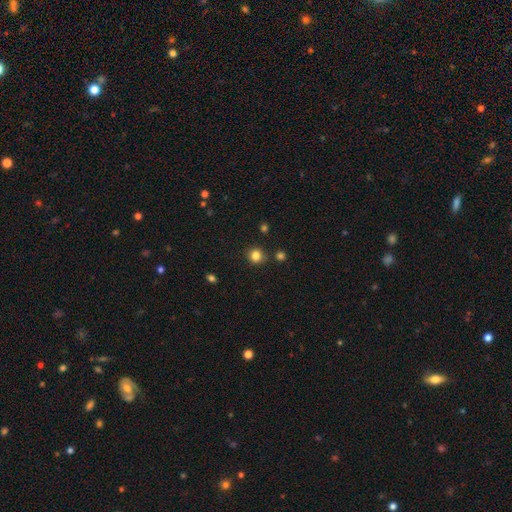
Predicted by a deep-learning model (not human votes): Smooth or featured? smooth (83%)
How rounded? round (89%)
Merging? none (85%)